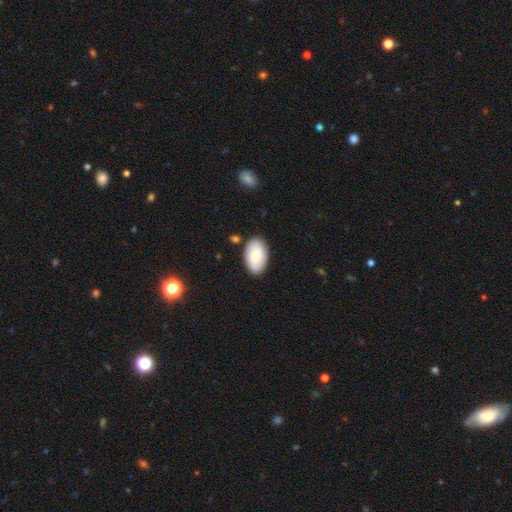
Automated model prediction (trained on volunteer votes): A smooth galaxy with no disk features (79%) that is in between round and cigar-shaped (95%).

Vote fractions:
- Smooth or featured? smooth: 79% / featured or disk: 15% / star or artifact: 6%
- How rounded? in between: 95% / round: 4% / cigar-shaped: 1%
- Merging? none: 85% / minor disturbance: 10% / merger: 3% / major disturbance: 2%